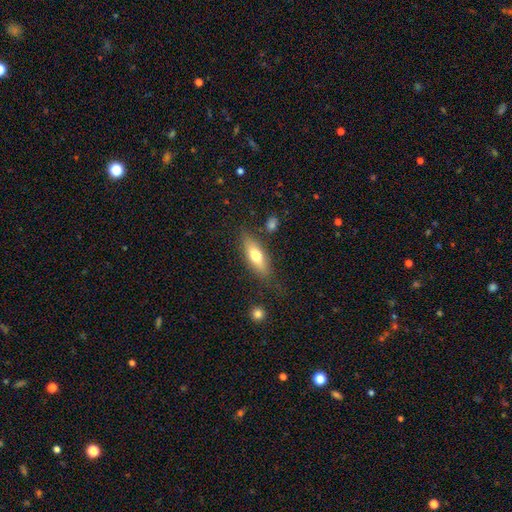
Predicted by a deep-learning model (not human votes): smooth-or-featured: smooth: 65% | featured or disk: 29% | star or artifact: 7%
  how-rounded: in between: 59% | cigar-shaped: 38% | round: 3%
  merging: none: 75% | minor disturbance: 16% | major disturbance: 5% | merger: 4%